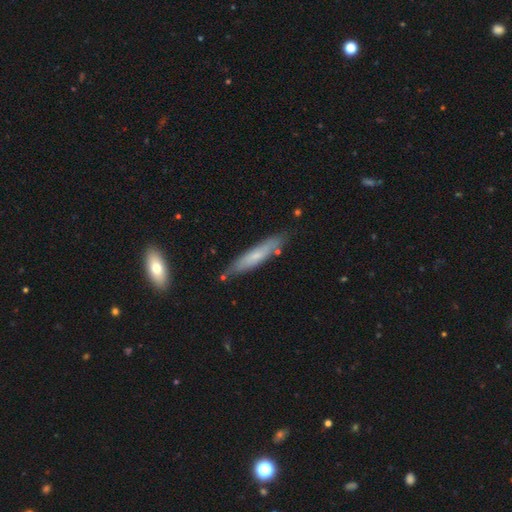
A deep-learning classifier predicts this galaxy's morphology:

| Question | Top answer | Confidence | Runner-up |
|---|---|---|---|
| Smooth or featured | smooth | 58% | featured or disk (36%) |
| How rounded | cigar-shaped | 87% | in between (11%) |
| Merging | none | 78% | minor disturbance (16%) |